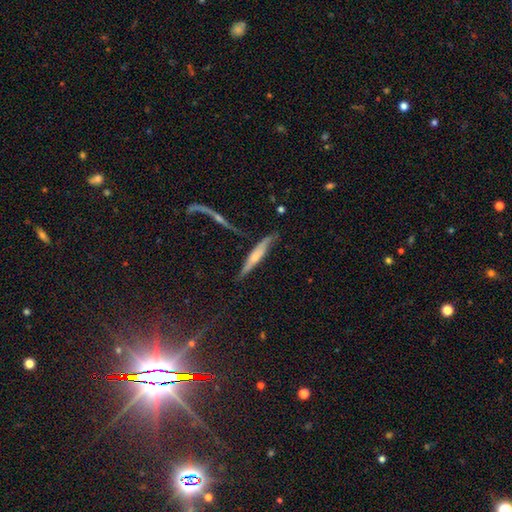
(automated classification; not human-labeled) Morphology: type=featured or disk (53%); edge-on=yes (81%); merging=none (55%).